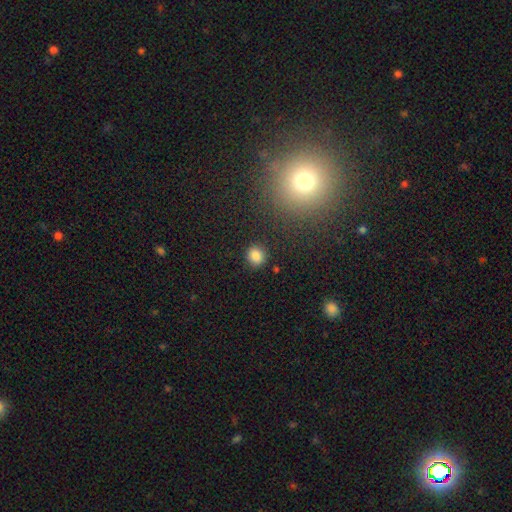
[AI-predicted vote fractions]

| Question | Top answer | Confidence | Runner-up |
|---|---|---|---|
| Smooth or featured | smooth | 84% | star or artifact (12%) |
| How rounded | round | 86% | in between (13%) |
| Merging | none | 88% | minor disturbance (7%) |